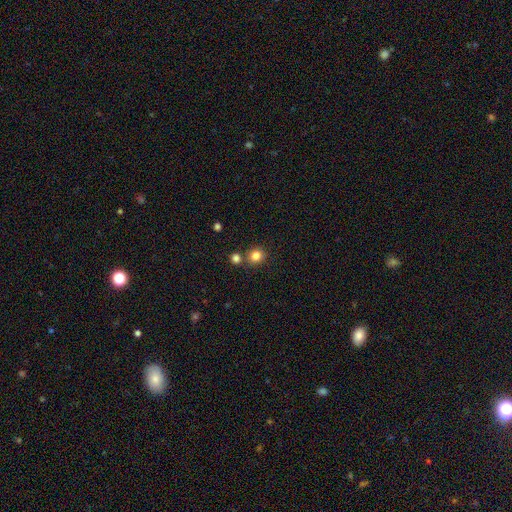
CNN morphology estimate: A smooth galaxy with no disk features (82%) that is round (84%).

Vote fractions:
- Smooth or featured? smooth: 82% / star or artifact: 12% / featured or disk: 5%
- How rounded? round: 84% / in between: 15% / cigar-shaped: 1%
- Merging? none: 74% / merger: 15% / minor disturbance: 8% / major disturbance: 3%